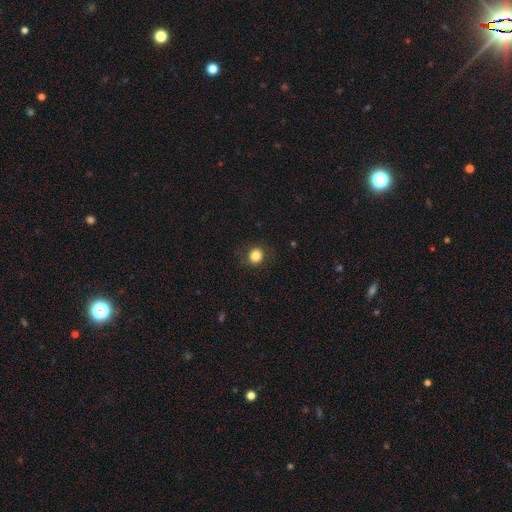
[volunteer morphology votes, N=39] Smooth or featured? 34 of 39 (87%) said smooth. How rounded? 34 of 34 (100%) said round. Merging? 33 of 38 (87%) said none.